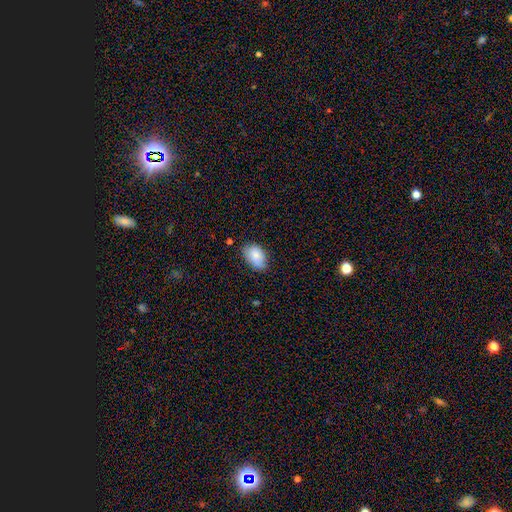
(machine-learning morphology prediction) smooth-or-featured: smooth: 83% | featured or disk: 9% | star or artifact: 8%
  how-rounded: in between: 87% | round: 12% | cigar-shaped: 1%
  merging: none: 69% | minor disturbance: 25% | major disturbance: 4% | merger: 2%